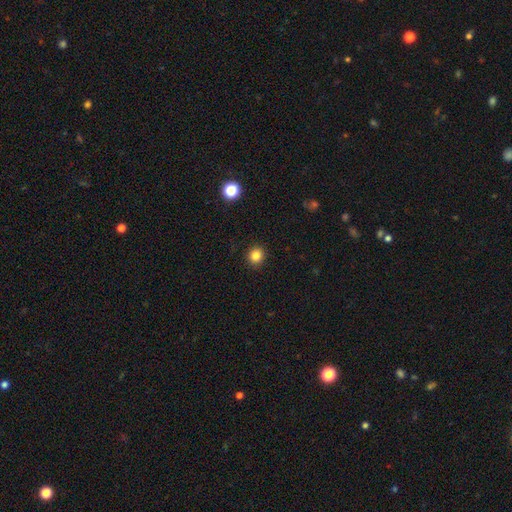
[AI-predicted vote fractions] Morphology: type=smooth (84%); roundness=round (86%); merging=none (91%).